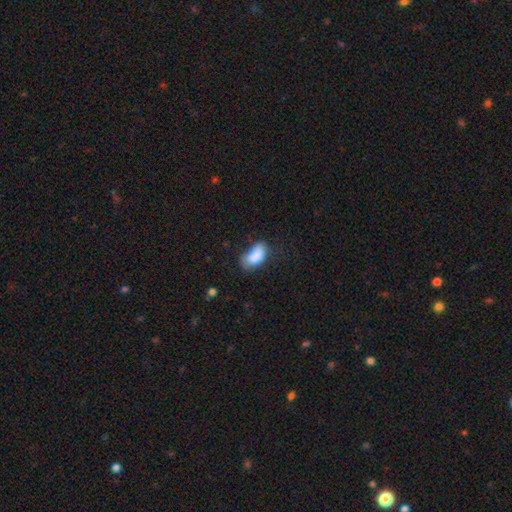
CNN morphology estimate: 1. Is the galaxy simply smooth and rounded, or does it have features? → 84% smooth, 9% featured or disk, 7% star or artifact.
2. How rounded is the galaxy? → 93% in between, 4% round, 3% cigar-shaped.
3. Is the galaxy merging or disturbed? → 48% none, 35% minor disturbance, 13% major disturbance, 3% merger.